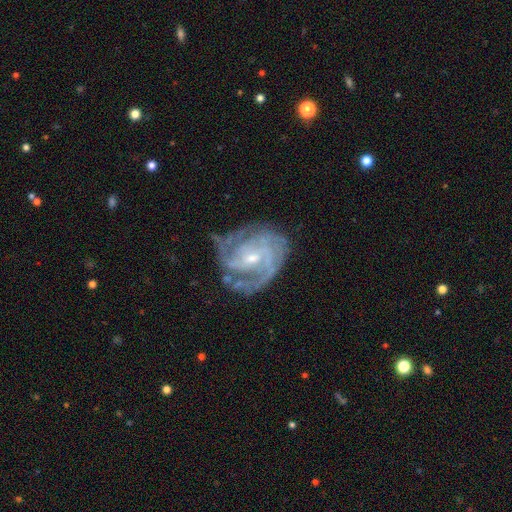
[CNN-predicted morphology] The model was most divided on "bar": weak: 43%, no: 41%, strong: 15%. Remaining: edge-on disk — no (98%); spiral arms — yes (97%); smooth or featured — featured or disk (88%); merging — none (70%); bulge size — small (63%); spiral winding — tight (61%); spiral arm count — 3 (34%).